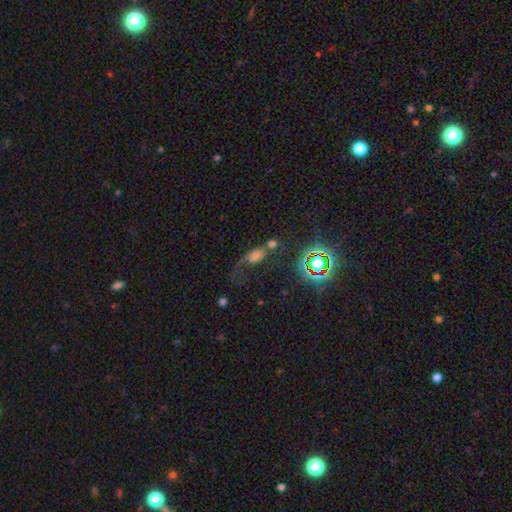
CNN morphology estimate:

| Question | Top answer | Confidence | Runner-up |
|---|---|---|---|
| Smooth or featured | smooth | 45% | star or artifact (29%) |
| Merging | none | 36% | major disturbance (28%) |